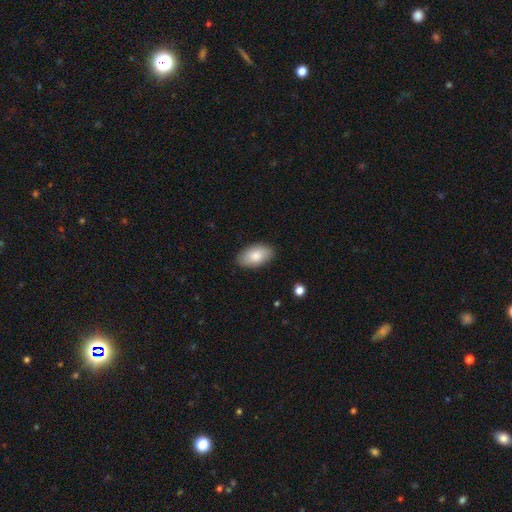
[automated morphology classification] smooth 85%, featured or disk 10%, star or artifact 6%. Down the decision tree: how rounded — in between (95%); merging — none (88%).